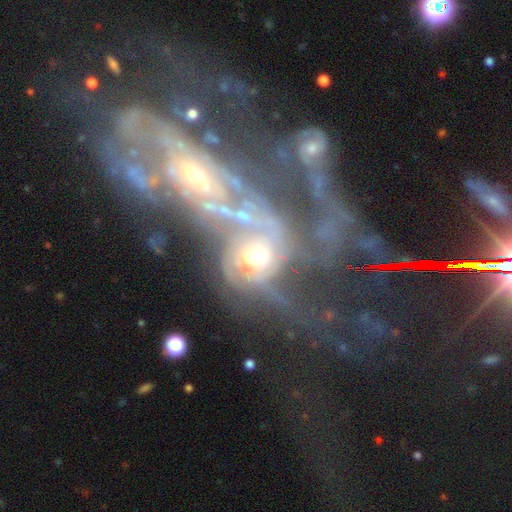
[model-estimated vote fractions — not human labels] This appears to be a featured or disk galaxy (74%) with no bar (69%), spiral arms (69%) and a moderate central bulge (59%). Merging: merger (62%).